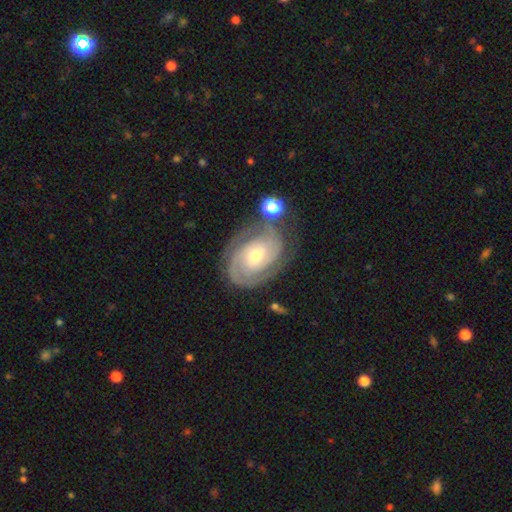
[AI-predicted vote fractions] Morphology: type=featured or disk (89%); edge-on=no (97%); bar=no (49%); spiral arms=yes (98%); winding=tight (74%); arm count=2 (68%); bulge=moderate (54%); merging=none (73%).